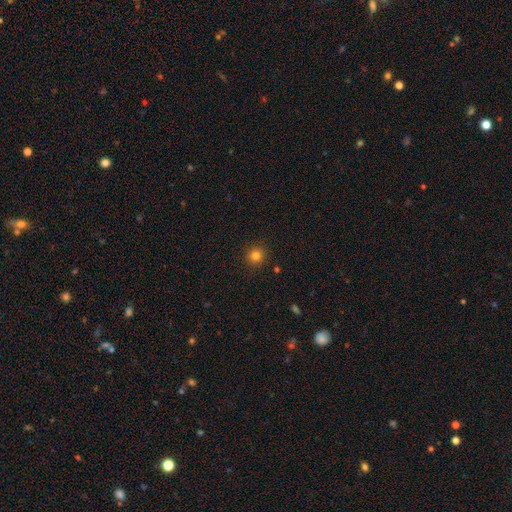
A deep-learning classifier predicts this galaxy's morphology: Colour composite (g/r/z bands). It shows a smooth galaxy with no disk features (81%) that is round (92%). Merging: none (91%).